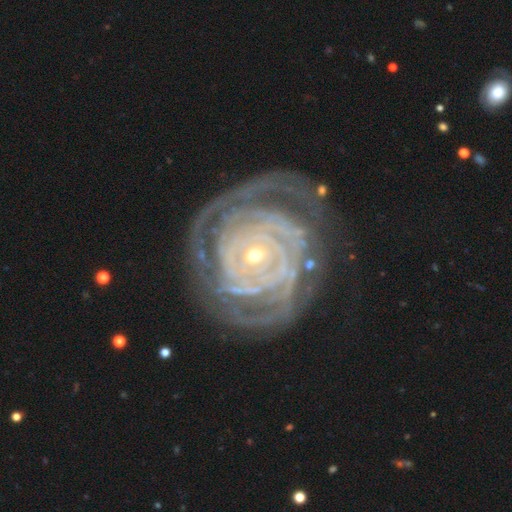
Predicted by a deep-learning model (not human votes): Smooth or featured? featured or disk (90%)
Edge-on disk? no (97%)
Bar? no (70%)
Spiral arms? yes (96%)
Spiral winding? tight (84%)
Spiral arm count? can't tell (28%)
Bulge size? small (70%)
Merging? none (68%)